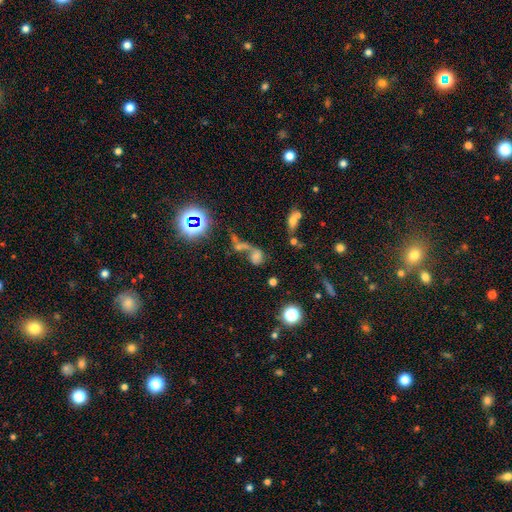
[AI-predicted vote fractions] The model was most divided on "smooth or featured": smooth: 44%, star or artifact: 30%, featured or disk: 26%. More confident: merging — merger (53%).